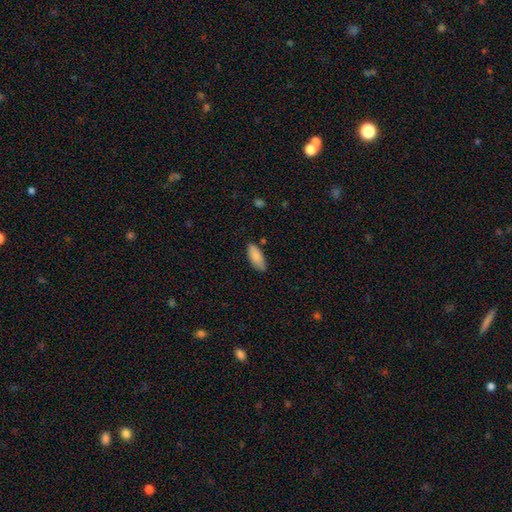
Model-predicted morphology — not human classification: Q: Smooth or featured?
A: smooth (86%); runner-up: featured or disk (8%)
Q: How rounded?
A: in between (81%); runner-up: cigar-shaped (17%)
Q: Merging?
A: none (80%); runner-up: minor disturbance (15%)